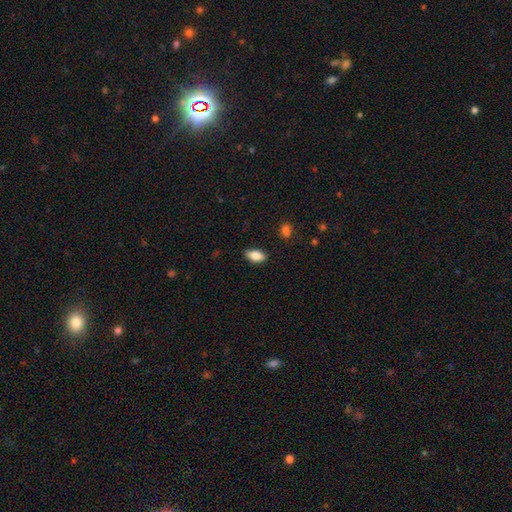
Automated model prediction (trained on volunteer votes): Q: Smooth or featured?
A: smooth (83%); runner-up: featured or disk (10%)
Q: How rounded?
A: in between (90%); runner-up: cigar-shaped (6%)
Q: Merging?
A: none (85%); runner-up: minor disturbance (12%)